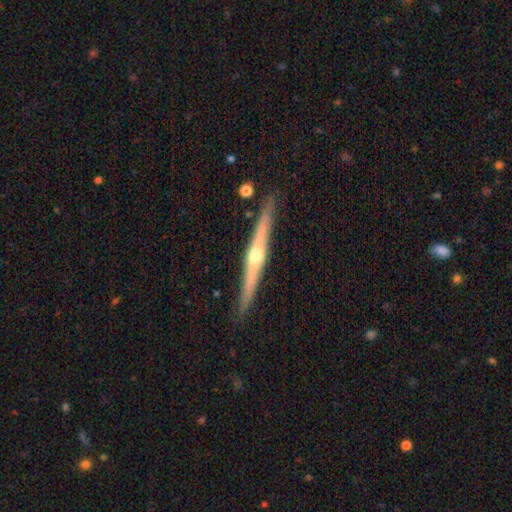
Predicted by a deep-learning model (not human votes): smooth-or-featured: featured or disk: 80% | smooth: 14% | star or artifact: 5%
  disk-edge-on: yes: 98% | no: 2%
    edge-on-bulge: rounded: 91% | none: 6% | boxy: 3%
  merging: none: 91% | minor disturbance: 7% | merger: 1% | major disturbance: 1%